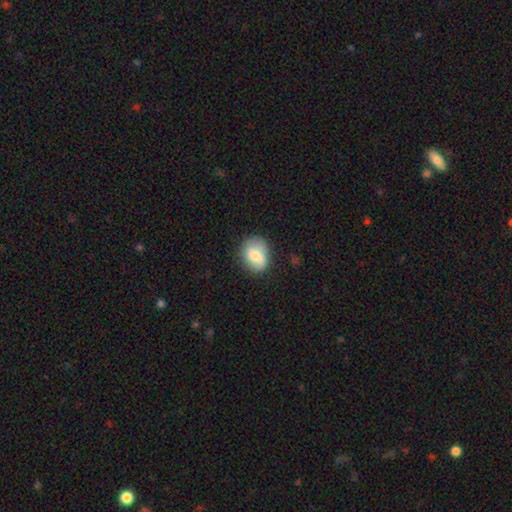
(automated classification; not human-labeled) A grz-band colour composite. It shows a smooth galaxy with no disk features (70%) that is in between round and cigar-shaped (50%). Merging: none (68%).